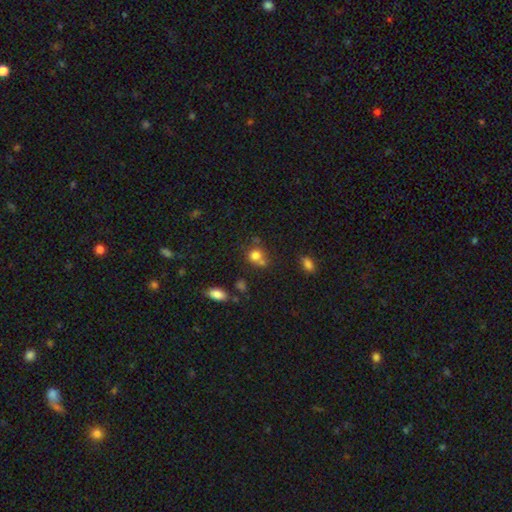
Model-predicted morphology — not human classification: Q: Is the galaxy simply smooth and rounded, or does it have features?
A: smooth — 77%.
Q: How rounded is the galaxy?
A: round — 76%.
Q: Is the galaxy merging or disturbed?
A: none — 47%.